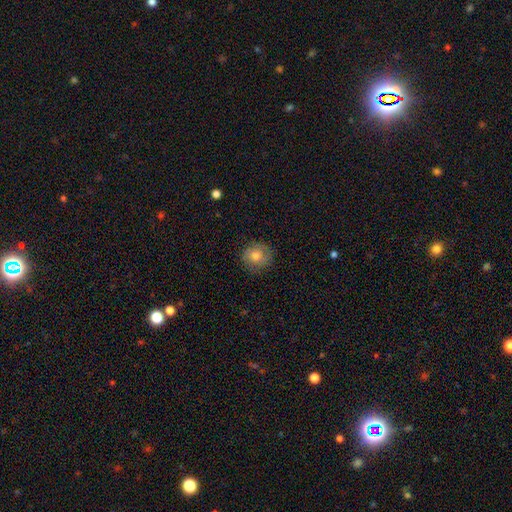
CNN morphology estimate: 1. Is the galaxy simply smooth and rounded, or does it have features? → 71% smooth, 19% featured or disk, 10% star or artifact.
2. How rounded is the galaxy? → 89% round, 10% in between, 1% cigar-shaped.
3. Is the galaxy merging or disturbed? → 83% none, 12% minor disturbance, 3% major disturbance, 1% merger.